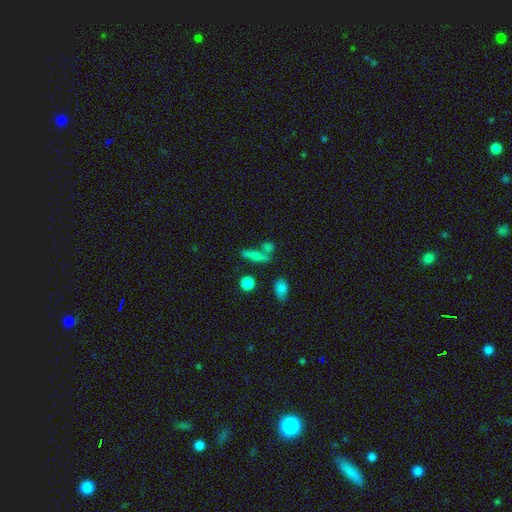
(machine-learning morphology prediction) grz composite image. It shows a smooth galaxy with no disk features (67%) that is cigar-shaped (50%). Merging: none (51%).